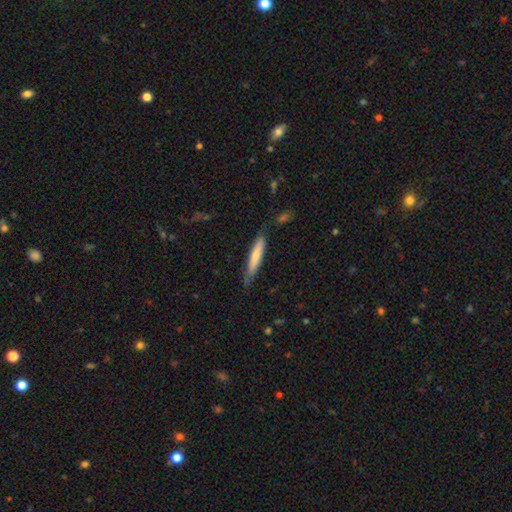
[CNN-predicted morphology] A smooth galaxy with no disk features (67%) that is cigar-shaped (91%).

Vote fractions:
- Smooth or featured? smooth: 67% / featured or disk: 28% / star or artifact: 5%
- How rounded? cigar-shaped: 91% / in between: 7% / round: 1%
- Merging? none: 75% / minor disturbance: 19% / major disturbance: 3% / merger: 2%